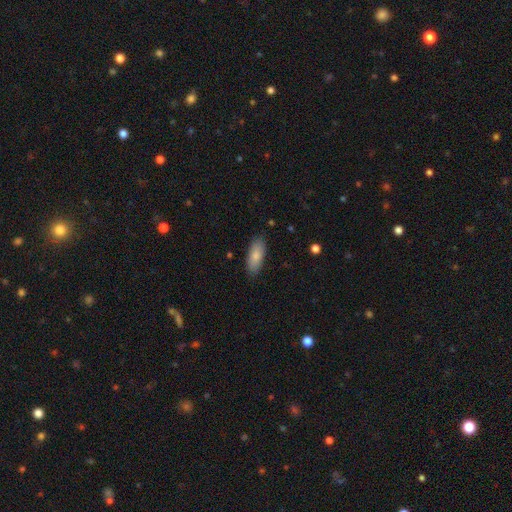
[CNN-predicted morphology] A smooth galaxy with no disk features (82%) that is in between round and cigar-shaped (78%).

Vote fractions:
- Smooth or featured? smooth: 82% / featured or disk: 12% / star or artifact: 6%
- How rounded? in between: 78% / cigar-shaped: 20% / round: 2%
- Merging? none: 87% / minor disturbance: 10% / major disturbance: 2% / merger: 1%